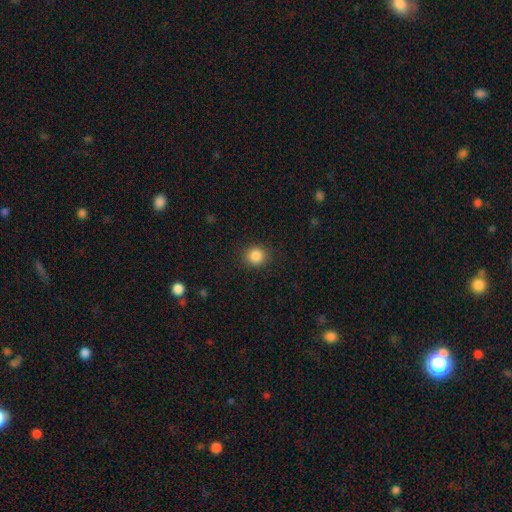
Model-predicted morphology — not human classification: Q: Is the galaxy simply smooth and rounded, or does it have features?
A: smooth — 87%.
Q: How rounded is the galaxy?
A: round — 88%.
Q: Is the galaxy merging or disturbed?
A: none — 90%.